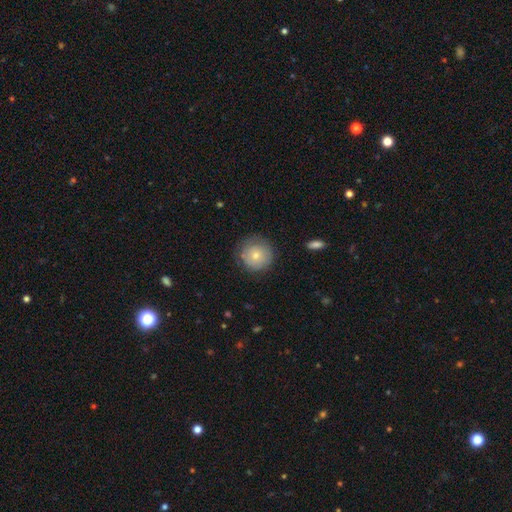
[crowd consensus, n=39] Smooth or featured? 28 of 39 (72%) said smooth. How rounded? 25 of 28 (89%) said round. Merging? 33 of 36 (92%) said none.